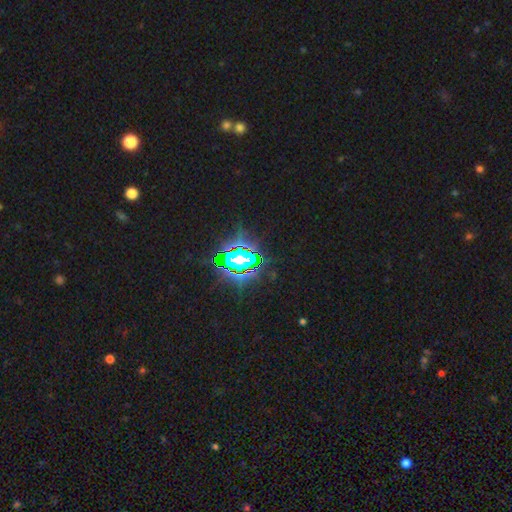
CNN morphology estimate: The model was most divided on "smooth or featured": star or artifact: 83%, smooth: 10%, featured or disk: 7%.